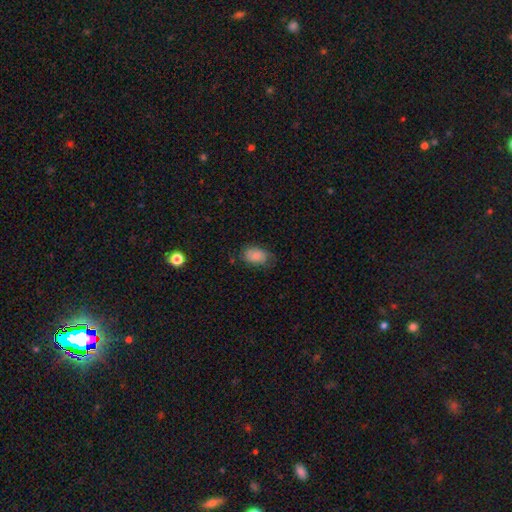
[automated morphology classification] The model was most divided on "merging": none: 68%, minor disturbance: 24%, major disturbance: 7%, merger: 1%. More confident: how rounded — in between (87%); smooth or featured — smooth (81%).